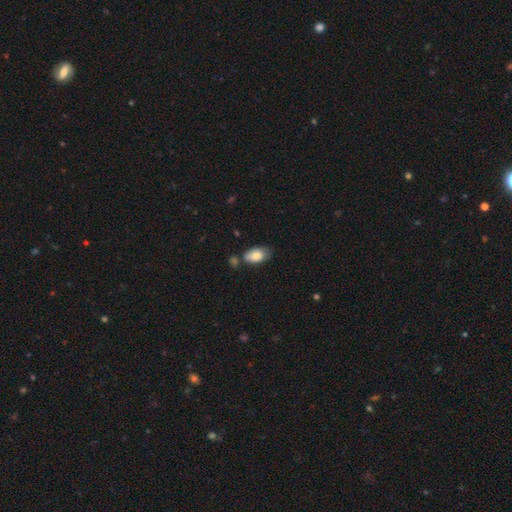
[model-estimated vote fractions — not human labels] Smooth or featured? Predicted: smooth (p=0.82). How rounded? Predicted: in between (p=0.93). Merging? Predicted: none (p=0.54).